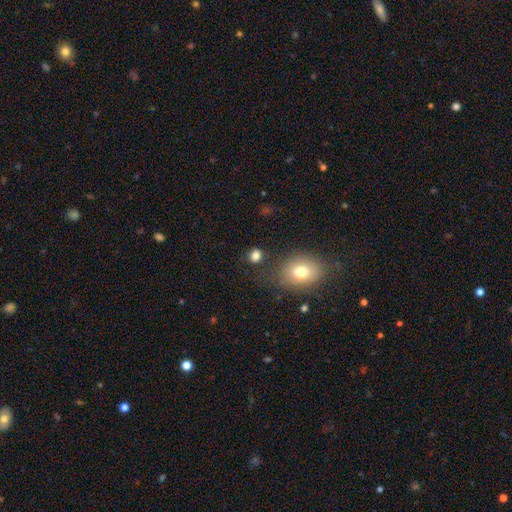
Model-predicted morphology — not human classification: Smooth or featured? smooth (82%)
How rounded? round (71%)
Merging? none (78%)